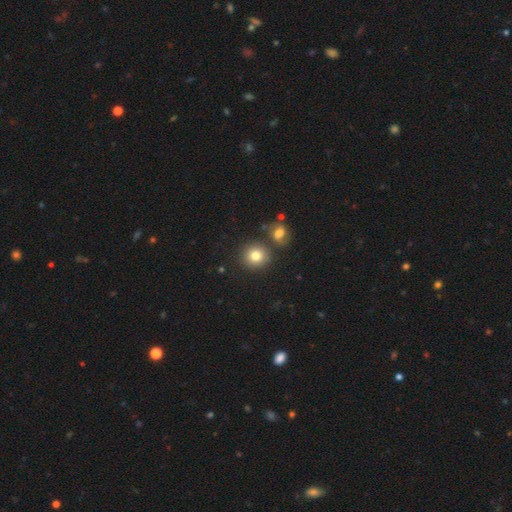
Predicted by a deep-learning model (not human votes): smooth 80%, star or artifact 11%, featured or disk 9%. Down the decision tree: how rounded — round (88%); merging — none (76%).